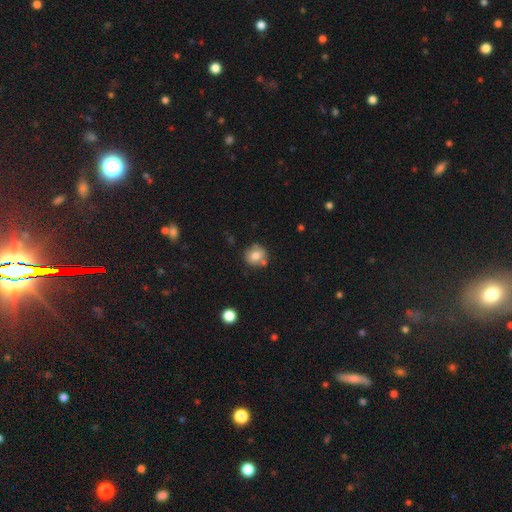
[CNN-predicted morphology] Q: Smooth or featured?
A: smooth (75%); runner-up: featured or disk (15%)
Q: How rounded?
A: round (87%); runner-up: in between (12%)
Q: Merging?
A: none (69%); runner-up: minor disturbance (14%)